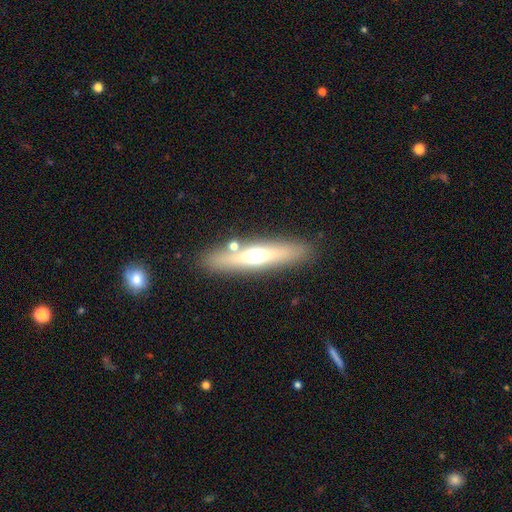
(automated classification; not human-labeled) Smooth or featured: featured or disk — 48% (smooth — 44%)
Merging: none — 82% (minor disturbance — 9%)